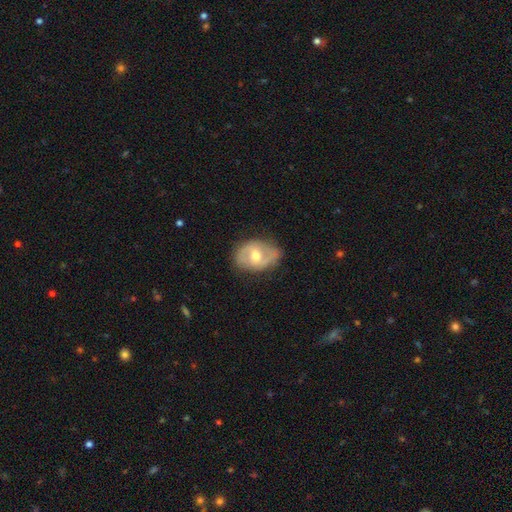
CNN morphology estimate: This is likely a featured or disk galaxy (61%). It is clearly not viewed edge-on (95%). Bar: possibly weak (46%). Spiral arm pattern: likely yes (66%). Central bulge: likely moderate (71%). Merging: likely none (71%).